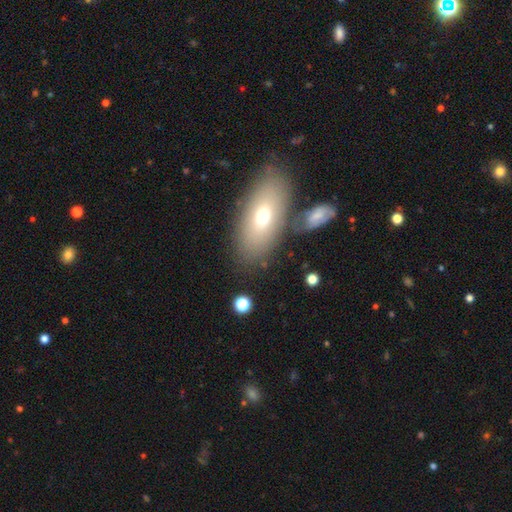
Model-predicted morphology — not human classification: smooth-or-featured: smooth: 62% | featured or disk: 27% | star or artifact: 12%
  how-rounded: in between: 83% | cigar-shaped: 13% | round: 5%
  merging: none: 80% | minor disturbance: 10% | merger: 7% | major disturbance: 3%